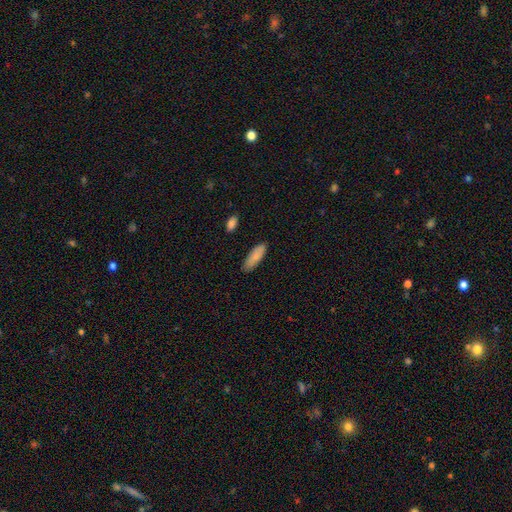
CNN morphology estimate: A smooth galaxy with no disk features (87%) that is in between round and cigar-shaped (56%). Merging: none (86%).